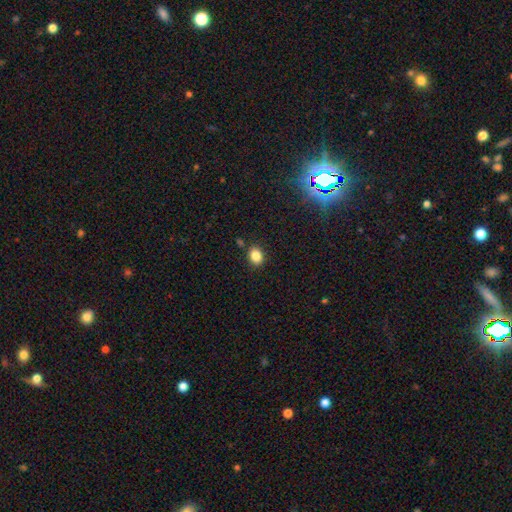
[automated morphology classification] smooth-or-featured: smooth: 85% | star or artifact: 10% | featured or disk: 4%
  how-rounded: in between: 58% | round: 41% | cigar-shaped: 1%
  merging: none: 84% | minor disturbance: 10% | merger: 4% | major disturbance: 3%